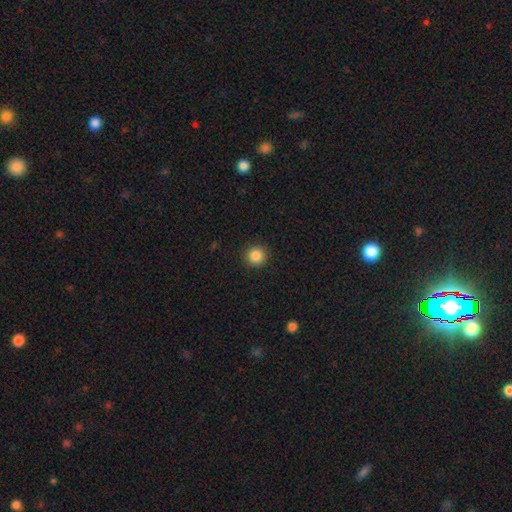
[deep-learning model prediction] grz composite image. It shows a smooth galaxy with no disk features (86%) that is round (94%). Merging: none (92%).